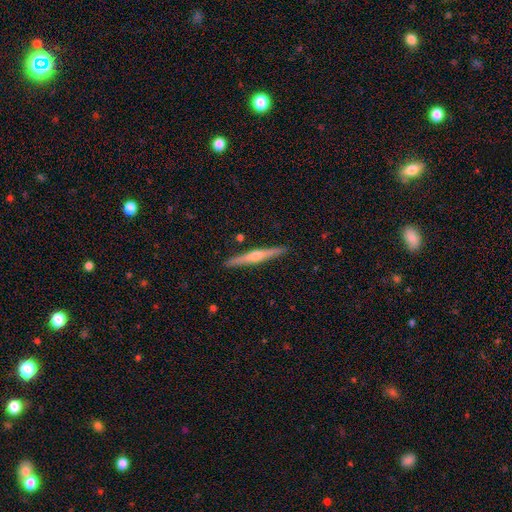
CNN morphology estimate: Q: Smooth or featured?
A: featured or disk (65%); runner-up: smooth (29%)
Q: Edge-on disk?
A: yes (98%); runner-up: no (2%)
Q: Edge-on bulge?
A: rounded (78%); runner-up: none (15%)
Q: Merging?
A: none (91%); runner-up: minor disturbance (7%)